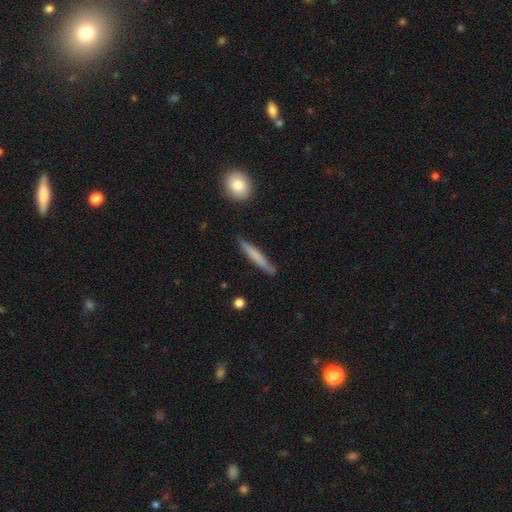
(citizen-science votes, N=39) smooth 69%, featured or disk 26%, star or artifact 5%. Down the decision tree: how rounded — cigar-shaped (100%); merging — none (84%).